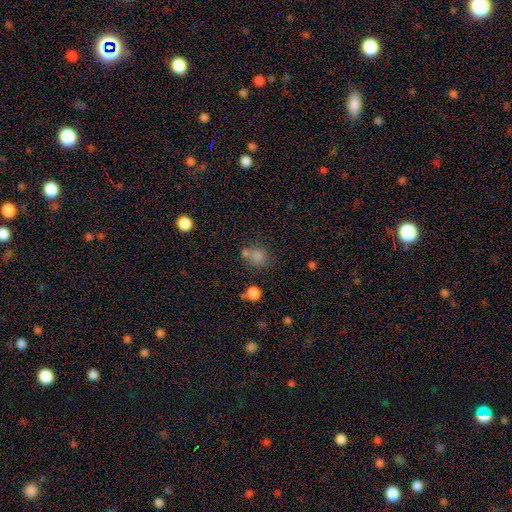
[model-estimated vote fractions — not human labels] Smooth or featured? smooth (77%)
How rounded? round (79%)
Merging? none (55%)